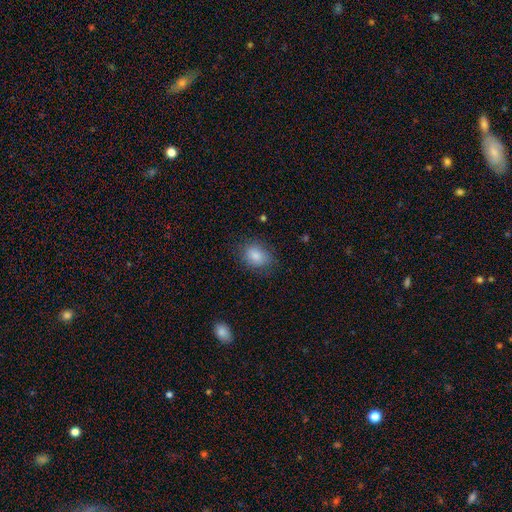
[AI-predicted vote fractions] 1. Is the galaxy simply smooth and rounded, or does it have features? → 85% smooth, 8% star or artifact, 7% featured or disk.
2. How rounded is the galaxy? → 62% in between, 37% round, 1% cigar-shaped.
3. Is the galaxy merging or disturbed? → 78% none, 16% minor disturbance, 5% major disturbance, 1% merger.